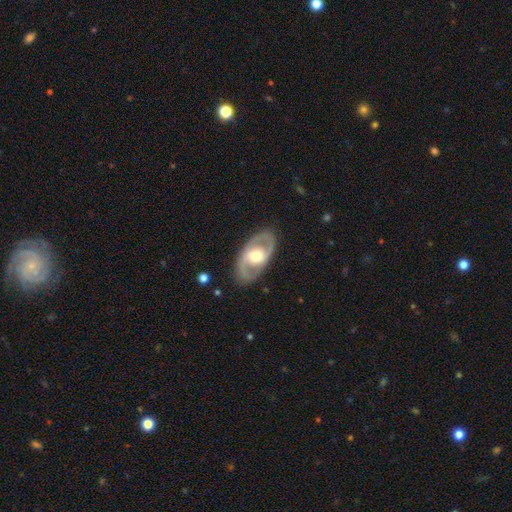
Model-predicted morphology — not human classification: Smooth or featured? featured or disk (78%)
Edge-on disk? no (93%)
Bar? no (51%)
Spiral arms? yes (76%)
Spiral winding? medium (51%)
Spiral arm count? 2 (87%)
Bulge size? moderate (63%)
Merging? none (85%)